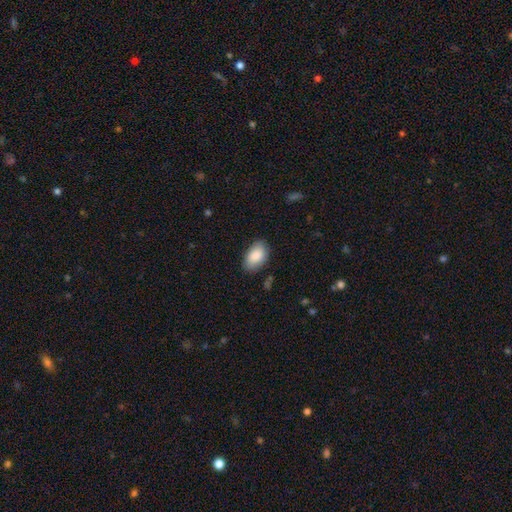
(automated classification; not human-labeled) Overall: smooth (88%). How rounded: in between (93%). Merging: none (82%).